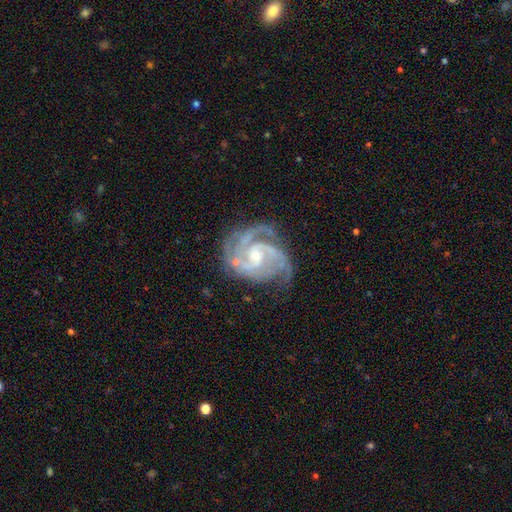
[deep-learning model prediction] The model was most divided on "bar" (2-way tie): weak: 44%, no: 44%, strong: 12%. Remaining: spiral arms — yes (98%); edge-on disk — no (98%); smooth or featured — featured or disk (92%); merging — none (63%); bulge size — small (60%); spiral winding — tight (52%); spiral arm count — 2 (38%).